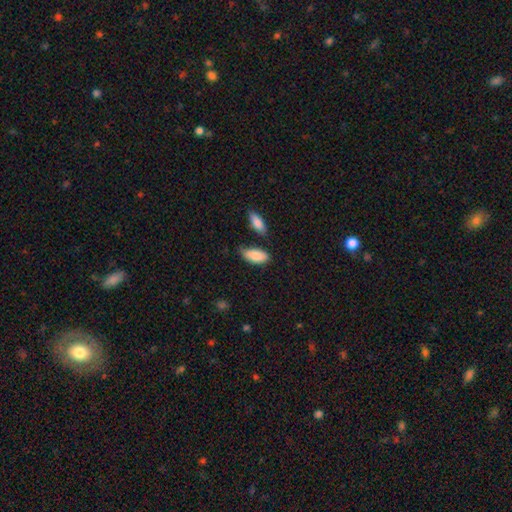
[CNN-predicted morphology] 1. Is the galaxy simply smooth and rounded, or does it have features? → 87% smooth, 7% featured or disk, 6% star or artifact.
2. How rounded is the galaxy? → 88% in between, 9% cigar-shaped, 2% round.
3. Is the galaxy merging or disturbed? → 58% none, 29% minor disturbance, 8% merger, 5% major disturbance.